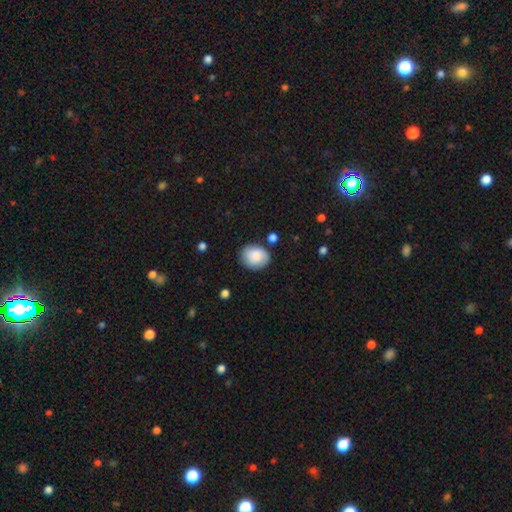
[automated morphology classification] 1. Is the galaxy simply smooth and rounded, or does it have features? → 85% smooth, 8% featured or disk, 7% star or artifact.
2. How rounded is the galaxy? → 61% round, 38% in between, 1% cigar-shaped.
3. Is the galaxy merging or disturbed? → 79% none, 14% minor disturbance, 4% major disturbance, 3% merger.